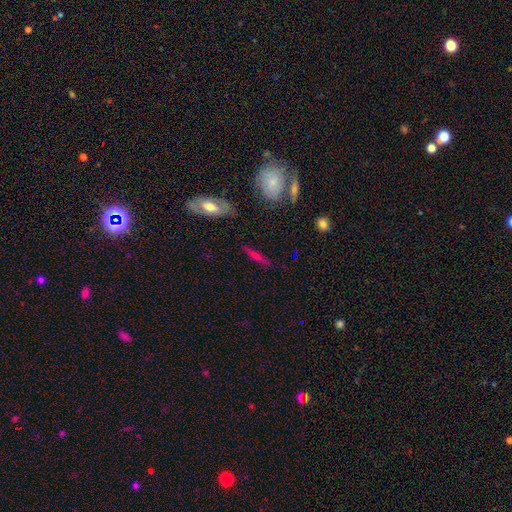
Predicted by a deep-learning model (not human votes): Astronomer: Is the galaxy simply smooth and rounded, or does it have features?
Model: smooth — 44% (runner-up: featured or disk, 43%).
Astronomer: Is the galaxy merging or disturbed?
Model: none — 82%.